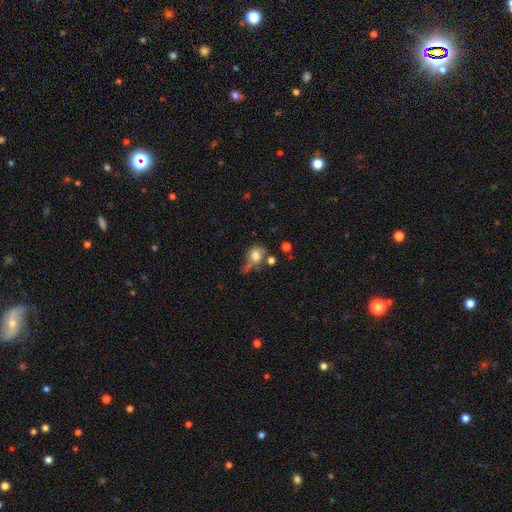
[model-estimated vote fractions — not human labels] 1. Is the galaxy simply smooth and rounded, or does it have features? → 74% smooth, 15% featured or disk, 11% star or artifact.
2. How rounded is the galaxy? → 56% round, 42% in between, 2% cigar-shaped.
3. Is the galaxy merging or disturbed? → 37% none, 26% minor disturbance, 19% merger, 18% major disturbance.